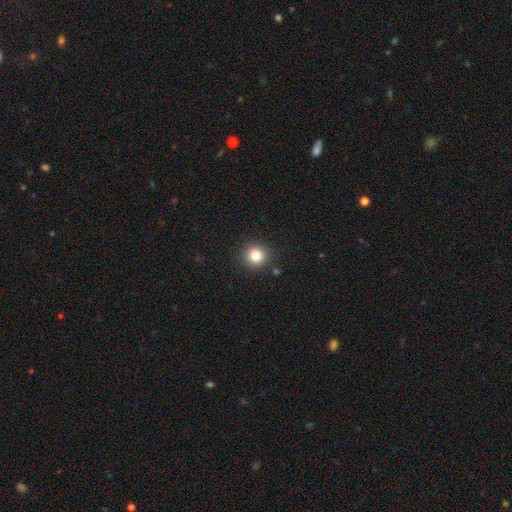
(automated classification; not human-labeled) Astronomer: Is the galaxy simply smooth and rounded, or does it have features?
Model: smooth — 84%.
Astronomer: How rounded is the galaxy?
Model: round — 92%.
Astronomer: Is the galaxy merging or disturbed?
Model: none — 90%.